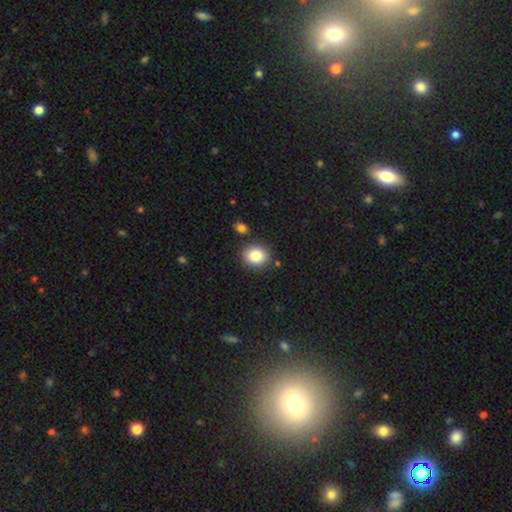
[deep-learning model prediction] Q: Smooth or featured?
A: smooth (84%); runner-up: star or artifact (9%)
Q: How rounded?
A: round (64%); runner-up: in between (35%)
Q: Merging?
A: none (83%); runner-up: minor disturbance (9%)